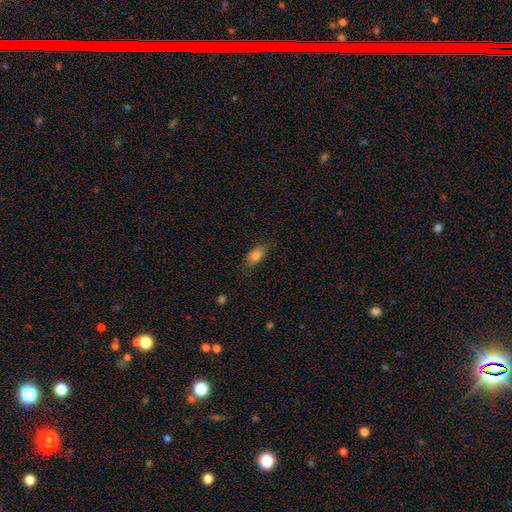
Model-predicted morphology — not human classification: Q: Smooth or featured?
A: smooth (81%); runner-up: featured or disk (10%)
Q: How rounded?
A: in between (86%); runner-up: cigar-shaped (8%)
Q: Merging?
A: none (75%); runner-up: minor disturbance (19%)